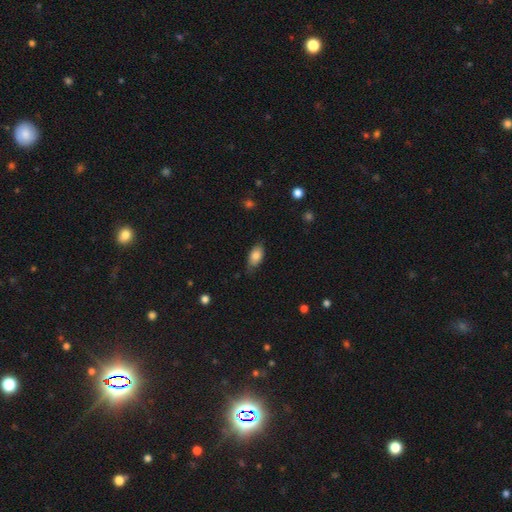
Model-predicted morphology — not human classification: smooth_or_featured: smooth (p=0.81) [alt: featured or disk p=0.12]
how_rounded: in between (p=0.91) [alt: round p=0.05]
merging: none (p=0.74) [alt: minor disturbance p=0.21]